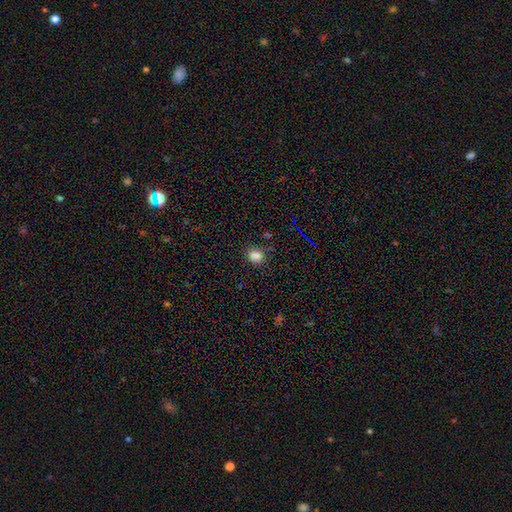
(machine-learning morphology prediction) type=smooth (82%); roundness=round (66%); merging=none (83%).